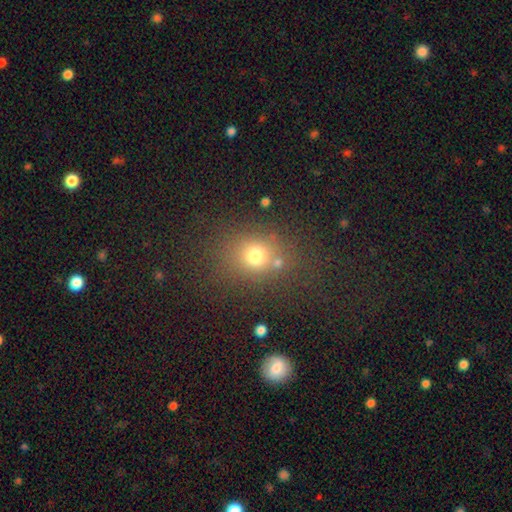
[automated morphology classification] smooth 70%, star or artifact 20%, featured or disk 10%. Down the decision tree: how rounded — round (69%); merging — none (68%).